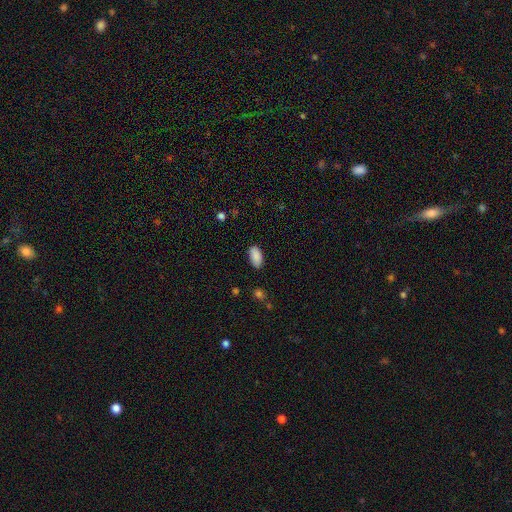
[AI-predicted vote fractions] A smooth galaxy with no disk features (89%) that is in between round and cigar-shaped (95%).

Vote fractions:
- Smooth or featured? smooth: 89% / star or artifact: 7% / featured or disk: 4%
- How rounded? in between: 95% / cigar-shaped: 3% / round: 2%
- Merging? none: 85% / minor disturbance: 11% / major disturbance: 3% / merger: 1%